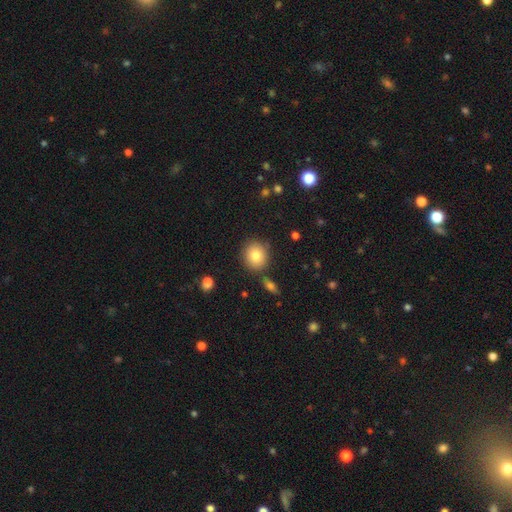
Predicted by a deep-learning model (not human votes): Morphology: type=smooth (81%); roundness=round (83%); merging=none (82%).